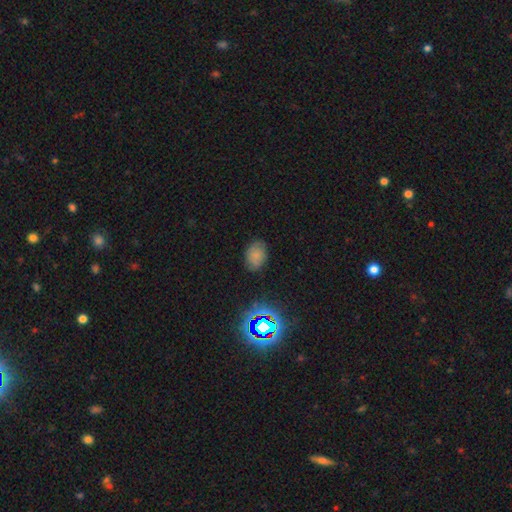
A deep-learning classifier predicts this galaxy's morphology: Smooth or featured? smooth (71%)
How rounded? in between (76%)
Merging? none (79%)